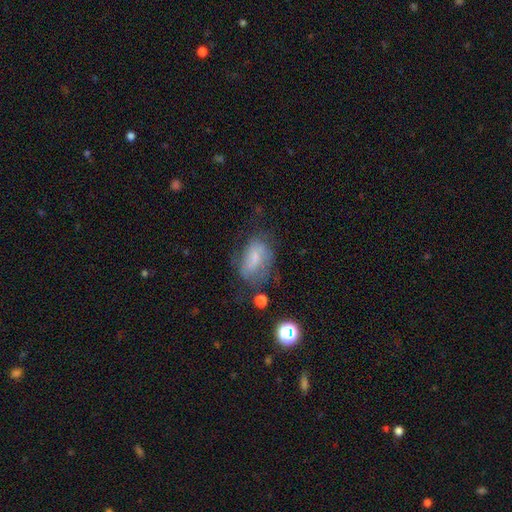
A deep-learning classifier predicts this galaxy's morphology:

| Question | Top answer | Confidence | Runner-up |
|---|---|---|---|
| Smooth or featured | smooth | 50% | featured or disk (38%) |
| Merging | none | 47% | minor disturbance (28%) |